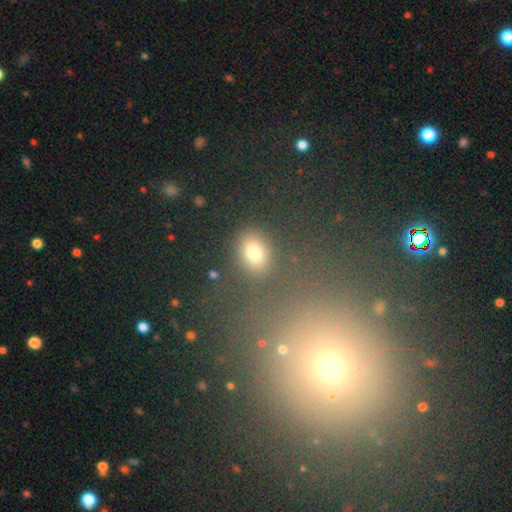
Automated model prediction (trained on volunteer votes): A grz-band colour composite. It shows a smooth galaxy with no disk features (73%) that is in between round and cigar-shaped (53%). Merging: none (81%).